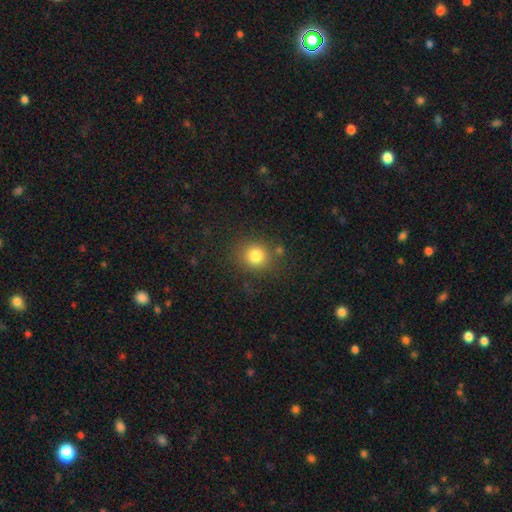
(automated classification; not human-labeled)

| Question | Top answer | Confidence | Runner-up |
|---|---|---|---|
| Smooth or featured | smooth | 81% | star or artifact (12%) |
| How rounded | round | 84% | in between (15%) |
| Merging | none | 81% | minor disturbance (11%) |